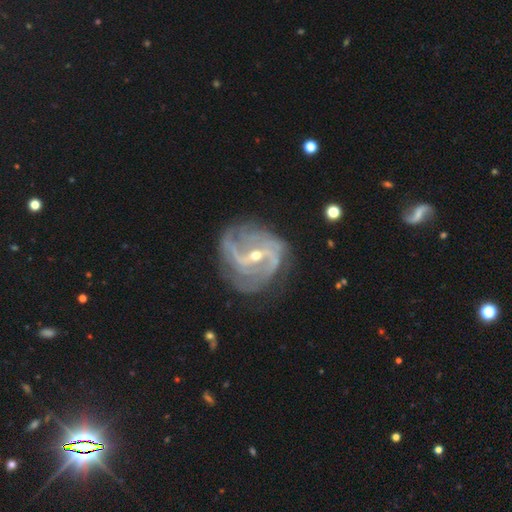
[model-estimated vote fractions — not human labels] Morphology: type=featured or disk (89%); edge-on=no (97%); bar=strong (43%); spiral arms=yes (96%); winding=medium (46%); arm count=2 (51%); bulge=small (63%); merging=none (64%).